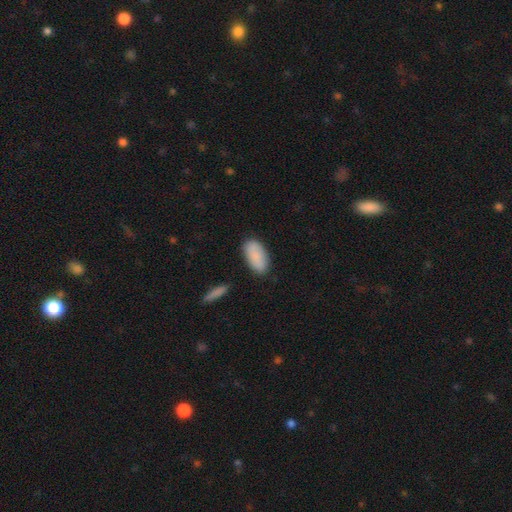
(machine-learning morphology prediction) Smooth or featured?
  - smooth: 87% *
  - featured or disk: 7%
  - star or artifact: 6%
How rounded?
  - in between: 94% *
  - cigar-shaped: 4%
  - round: 3%
Merging?
  - none: 83% *
  - minor disturbance: 12%
  - major disturbance: 3%
  - merger: 2%